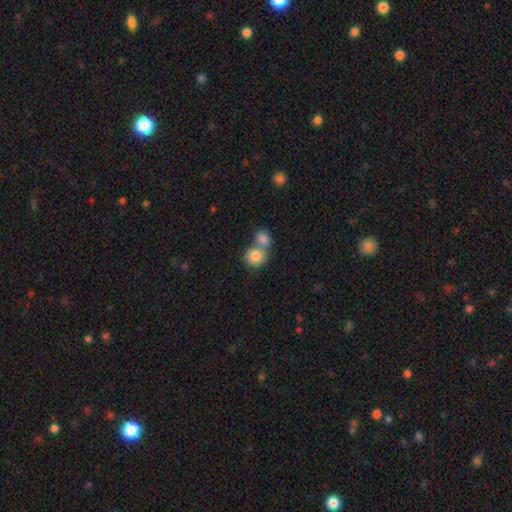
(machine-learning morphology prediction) smooth-or-featured: smooth: 83% | star or artifact: 9% | featured or disk: 8%
  how-rounded: round: 84% | in between: 15% | cigar-shaped: 1%
  merging: merger: 50% | none: 40% | minor disturbance: 7% | major disturbance: 3%